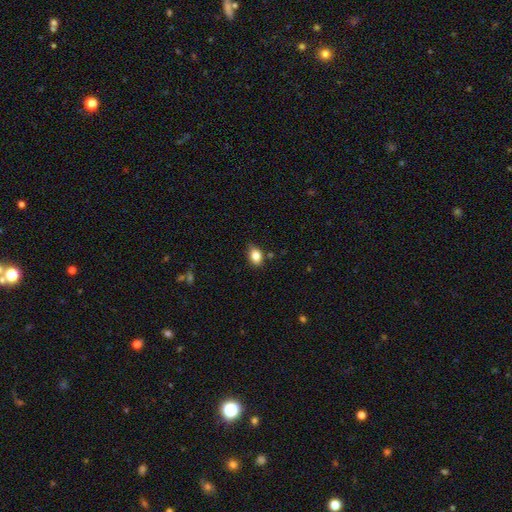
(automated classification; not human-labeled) Morphology: type=smooth (83%); roundness=in between (74%); merging=none (76%).